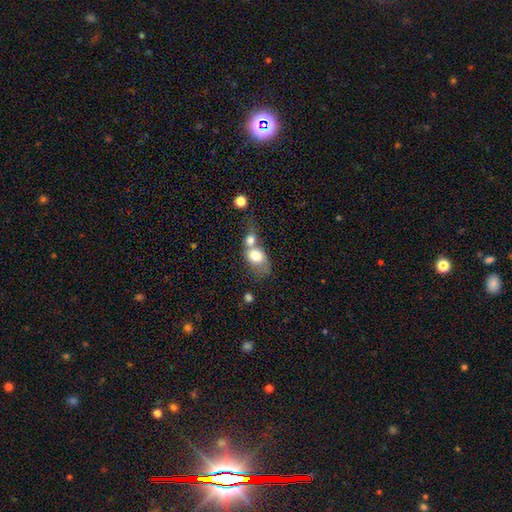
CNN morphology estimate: smooth_or_featured: smooth (p=0.76) [alt: featured or disk p=0.16]
how_rounded: in between (p=0.64) [alt: round p=0.34]
merging: merger (p=0.68) [alt: none p=0.17]